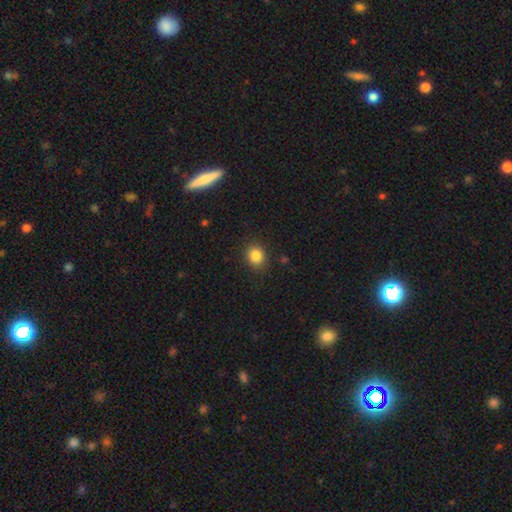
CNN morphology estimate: The model was most divided on "how rounded": round: 71%, in between: 28%, cigar-shaped: 1%. More confident: merging — none (87%); smooth or featured — smooth (85%).